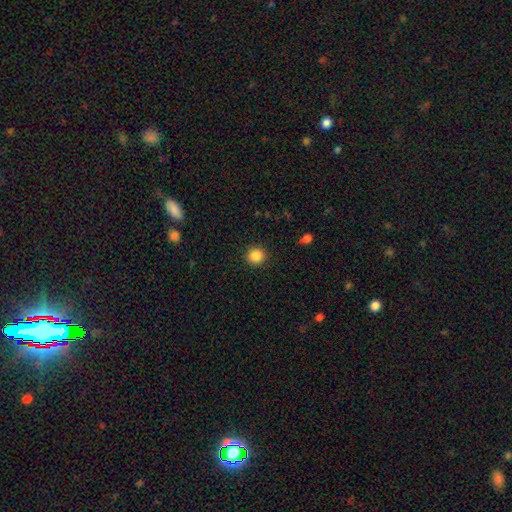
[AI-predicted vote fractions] This appears to be a smooth galaxy with no disk features (87%) that is round (92%). Merging: none (92%).